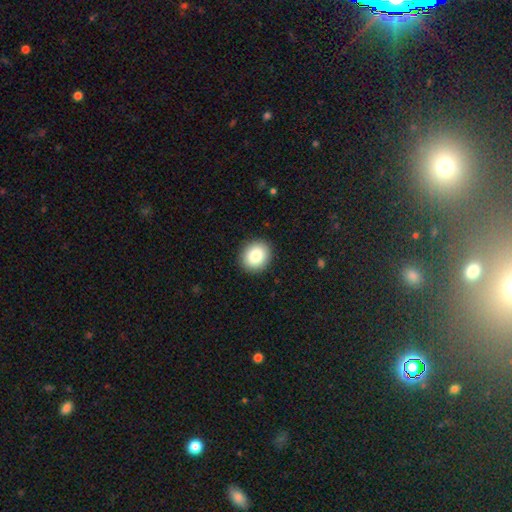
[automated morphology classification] smooth_or_featured: smooth (p=0.85) [alt: star or artifact p=0.08]
how_rounded: round (p=0.75) [alt: in between p=0.24]
merging: none (p=0.91) [alt: minor disturbance p=0.06]